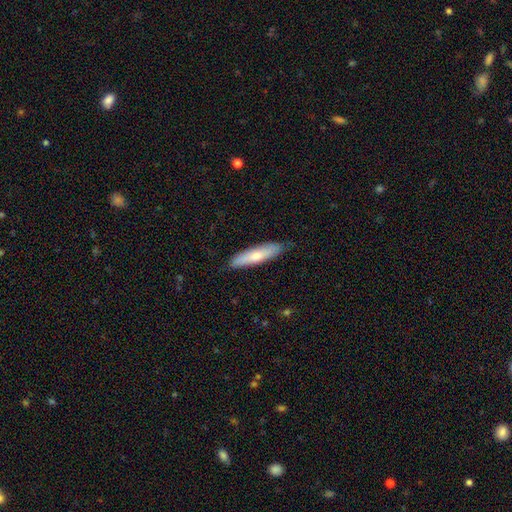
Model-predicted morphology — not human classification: A smooth galaxy with no disk features (70%) that is cigar-shaped (76%).

Vote fractions:
- Smooth or featured? smooth: 70% / featured or disk: 25% / star or artifact: 5%
- How rounded? cigar-shaped: 76% / in between: 22% / round: 1%
- Merging? none: 84% / minor disturbance: 13% / major disturbance: 2% / merger: 1%